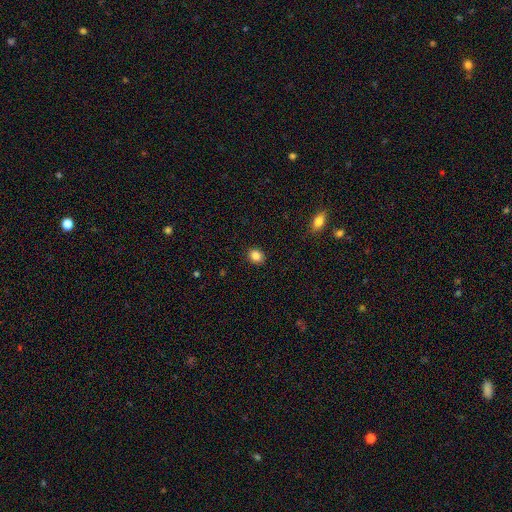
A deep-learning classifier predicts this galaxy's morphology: A smooth galaxy with no disk features (86%) that is round (61%).

Vote fractions:
- Smooth or featured? smooth: 86% / star or artifact: 10% / featured or disk: 4%
- How rounded? round: 61% / in between: 38% / cigar-shaped: 1%
- Merging? none: 90% / minor disturbance: 7% / major disturbance: 2% / merger: 1%